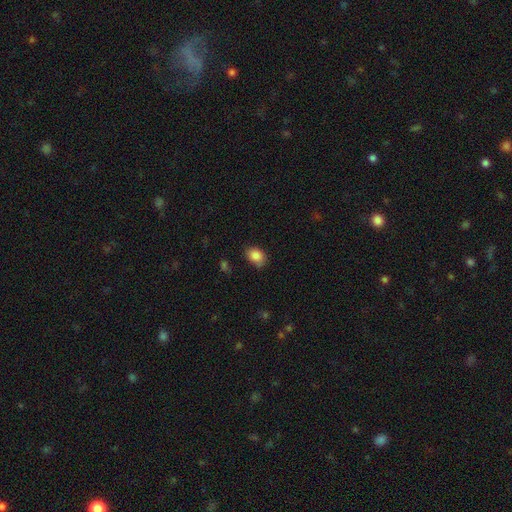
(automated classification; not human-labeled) This is clearly a smooth galaxy (86%). How rounded: likely in between (74%). Merging: likely none (72%).